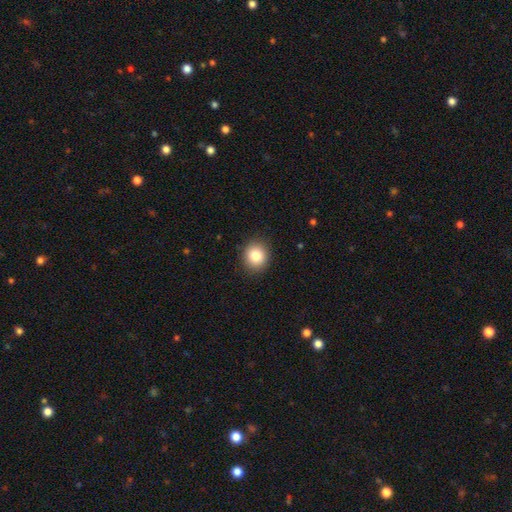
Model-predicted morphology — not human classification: This is clearly a smooth galaxy (83%). How rounded: likely round (78%). Merging: clearly none (90%).